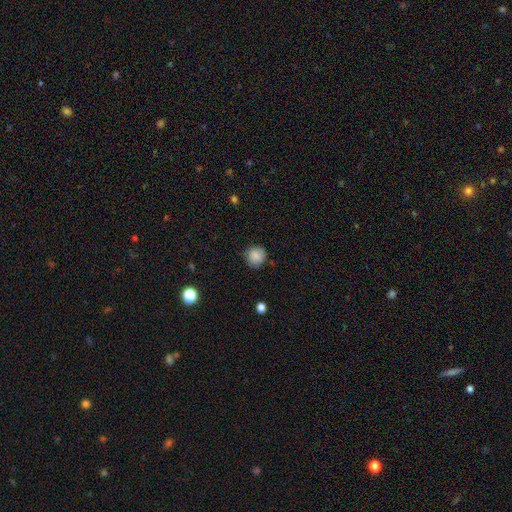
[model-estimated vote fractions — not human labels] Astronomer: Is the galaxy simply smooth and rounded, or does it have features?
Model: smooth — 86%.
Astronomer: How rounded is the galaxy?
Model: round — 91%.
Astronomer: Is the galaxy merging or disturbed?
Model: none — 81%.